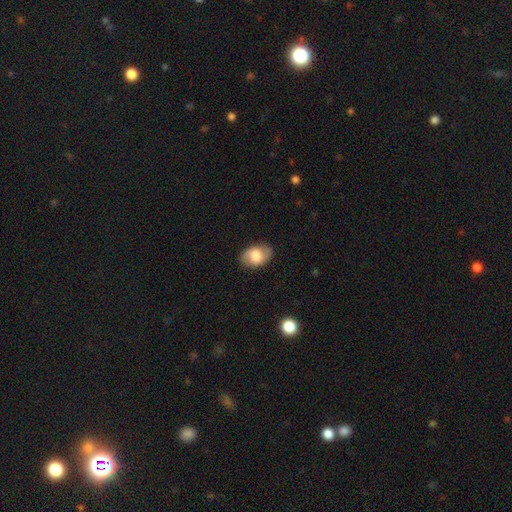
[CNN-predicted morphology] smooth-or-featured: smooth: 56% | featured or disk: 36% | star or artifact: 8%
  how-rounded: in between: 85% | round: 14% | cigar-shaped: 1%
  merging: none: 81% | minor disturbance: 14% | major disturbance: 4% | merger: 1%